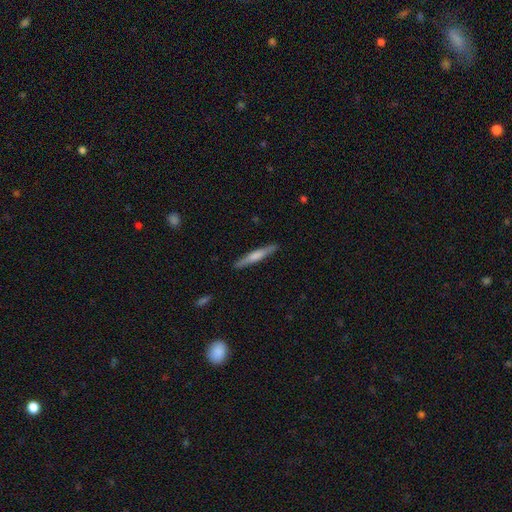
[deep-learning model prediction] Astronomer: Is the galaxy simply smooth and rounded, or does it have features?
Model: smooth — 52% (runner-up: featured or disk, 42%).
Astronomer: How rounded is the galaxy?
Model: cigar-shaped — 94%.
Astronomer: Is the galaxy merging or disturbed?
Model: none — 90%.